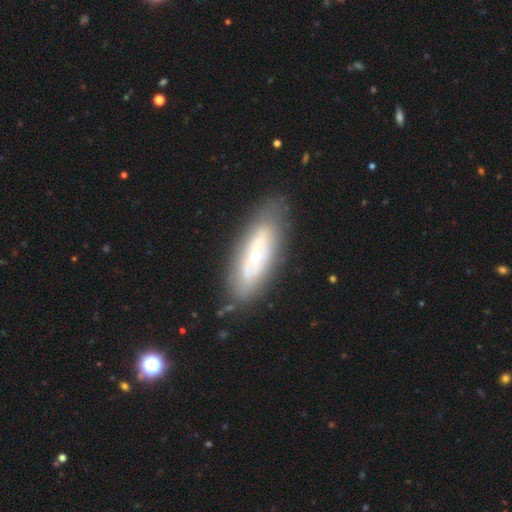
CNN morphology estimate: Smooth or featured? featured or disk (58%)
Edge-on disk? no (73%)
Merging? none (77%)